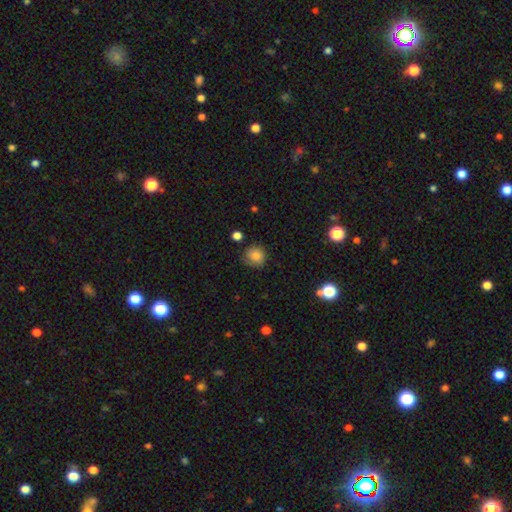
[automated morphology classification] The model was most divided on "merging": none: 80%, minor disturbance: 15%, major disturbance: 3%, merger: 2%. More confident: how rounded — round (88%); smooth or featured — smooth (83%).